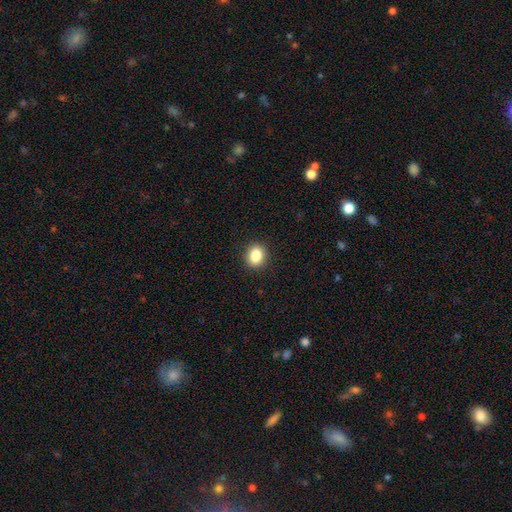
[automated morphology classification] Smooth or featured: smooth — 84% (star or artifact — 10%)
How rounded: round — 69% (in between — 30%)
Merging: none — 91% (minor disturbance — 6%)